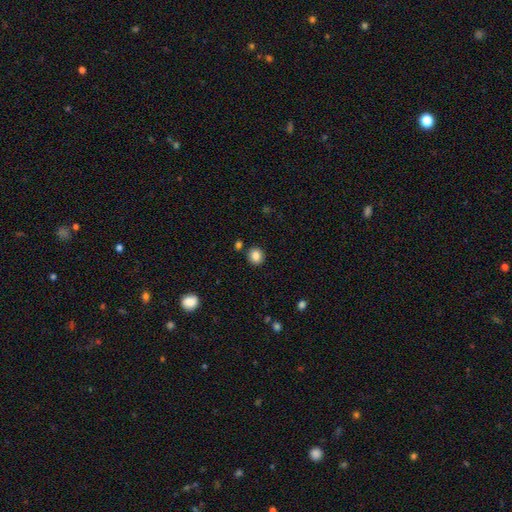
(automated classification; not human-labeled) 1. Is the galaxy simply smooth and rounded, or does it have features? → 85% smooth, 10% star or artifact, 5% featured or disk.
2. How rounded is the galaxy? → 86% round, 13% in between, 1% cigar-shaped.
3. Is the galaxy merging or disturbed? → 88% none, 6% minor disturbance, 4% merger, 2% major disturbance.